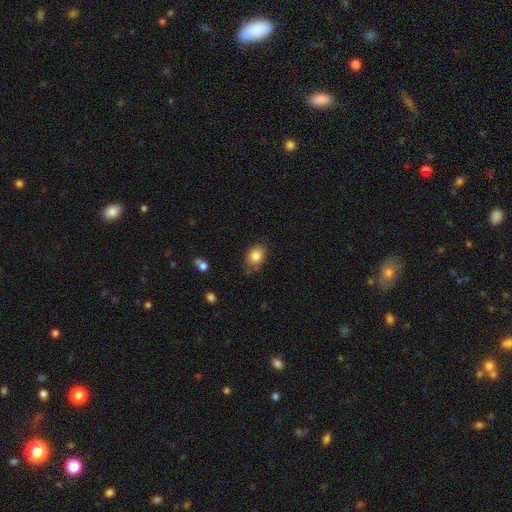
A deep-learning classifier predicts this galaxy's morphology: smooth-or-featured: smooth: 83% | star or artifact: 9% | featured or disk: 9%
  how-rounded: in between: 66% | round: 33% | cigar-shaped: 1%
  merging: none: 70% | minor disturbance: 24% | major disturbance: 4% | merger: 2%